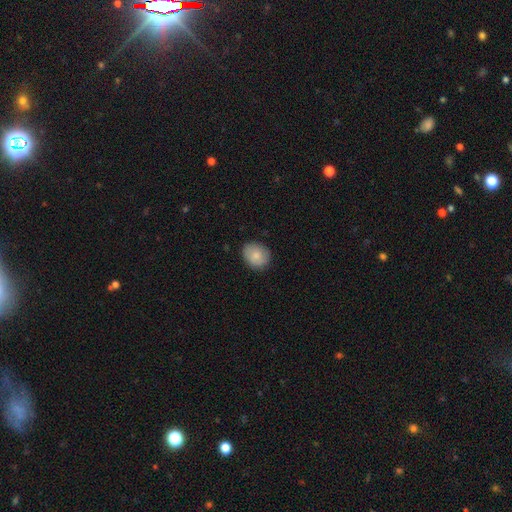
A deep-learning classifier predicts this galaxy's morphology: A smooth galaxy with no disk features (83%) that is round (63%). Merging: none (84%).